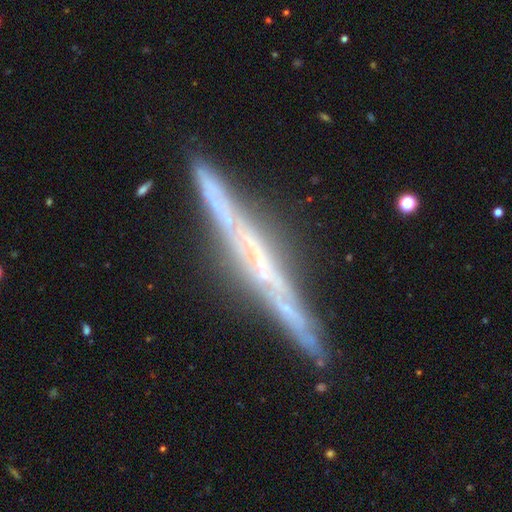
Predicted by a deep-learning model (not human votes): smooth_or_featured: featured or disk (p=0.81) [alt: smooth p=0.13]
disk_edge_on: yes (p=0.97) [alt: no p=0.03]
edge_on_bulge: none (p=0.67) [alt: rounded p=0.18]
merging: none (p=0.86) [alt: minor disturbance p=0.10]